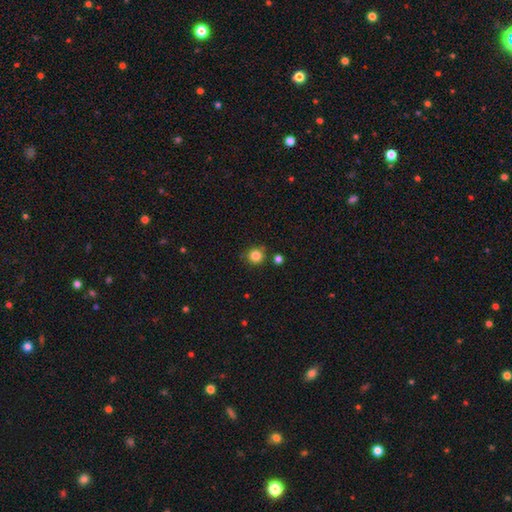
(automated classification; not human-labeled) Morphology: type=smooth (84%); roundness=round (91%); merging=none (80%).